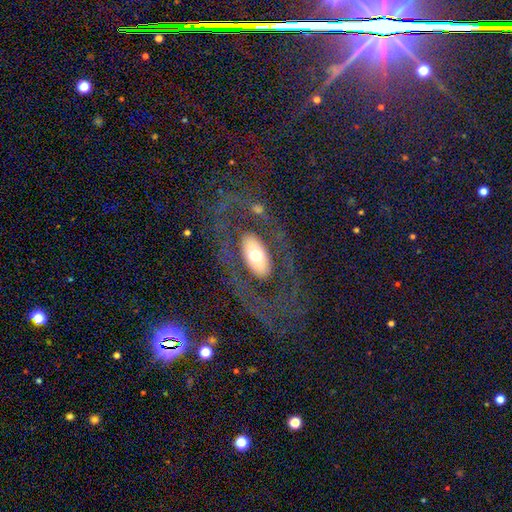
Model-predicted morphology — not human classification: smooth-or-featured: featured or disk: 60% | smooth: 34% | star or artifact: 6%
  disk-edge-on: no: 86% | yes: 14%
    bar: no: 70% | weak: 16% | strong: 15%
    has-spiral-arms: no: 52% | yes: 48%
    bulge-size: moderate: 56% | large: 29% | small: 9% | dominant: 6% | none: 1%
  merging: none: 72% | major disturbance: 14% | minor disturbance: 11% | merger: 2%